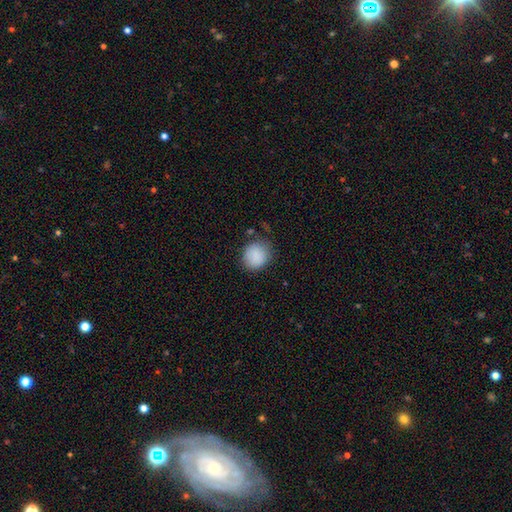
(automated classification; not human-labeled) This appears to be a smooth galaxy with no disk features (88%) that is round (78%). Merging: none (72%).